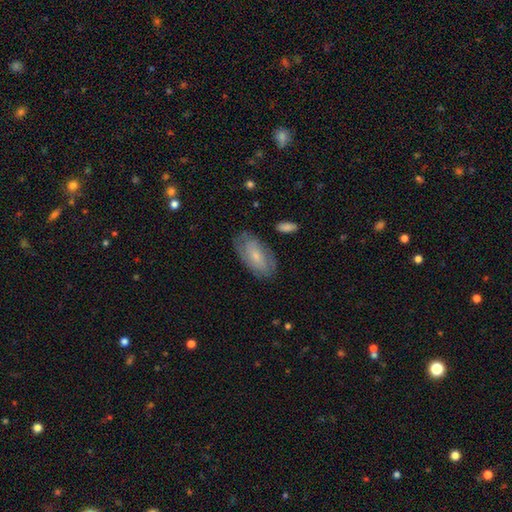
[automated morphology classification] This is possibly a smooth galaxy (50%). Merging: likely none (75%).